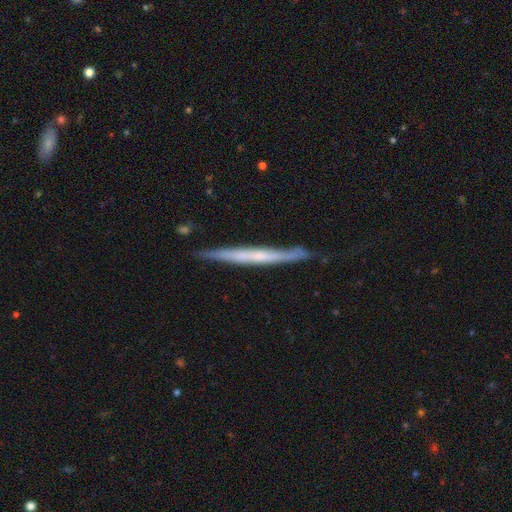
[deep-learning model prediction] Q: Smooth or featured?
A: featured or disk (63%); runner-up: smooth (32%)
Q: Edge-on disk?
A: yes (95%); runner-up: no (5%)
Q: Edge-on bulge?
A: none (72%); runner-up: rounded (20%)
Q: Merging?
A: none (81%); runner-up: minor disturbance (15%)